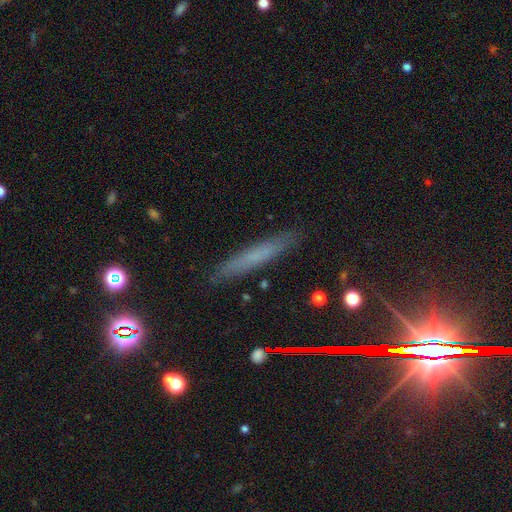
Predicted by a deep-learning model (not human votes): Morphology: type=smooth (52%); roundness=cigar-shaped (92%); merging=none (86%).